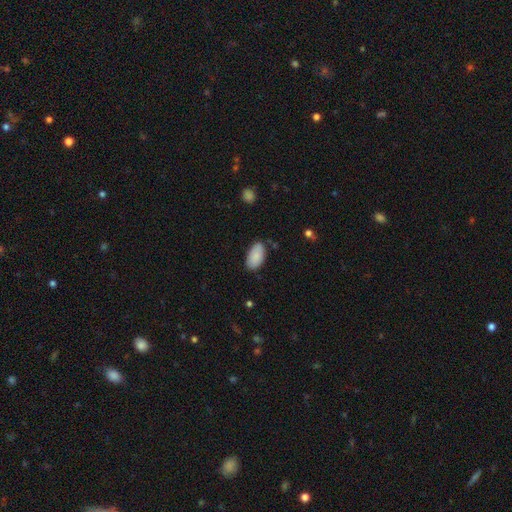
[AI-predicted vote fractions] Smooth or featured? Predicted: smooth (p=0.87). How rounded? Predicted: in between (p=0.95). Merging? Predicted: none (p=0.80).